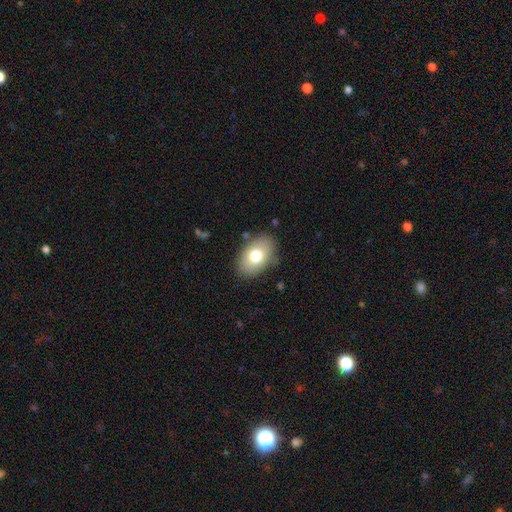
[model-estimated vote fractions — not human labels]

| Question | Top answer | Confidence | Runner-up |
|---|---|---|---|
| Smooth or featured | smooth | 74% | featured or disk (19%) |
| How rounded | in between | 87% | round (12%) |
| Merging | none | 82% | minor disturbance (13%) |